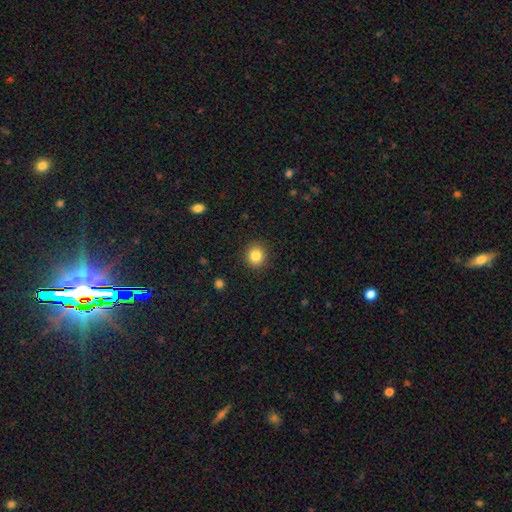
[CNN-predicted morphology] type=smooth (85%); roundness=round (89%); merging=none (91%).